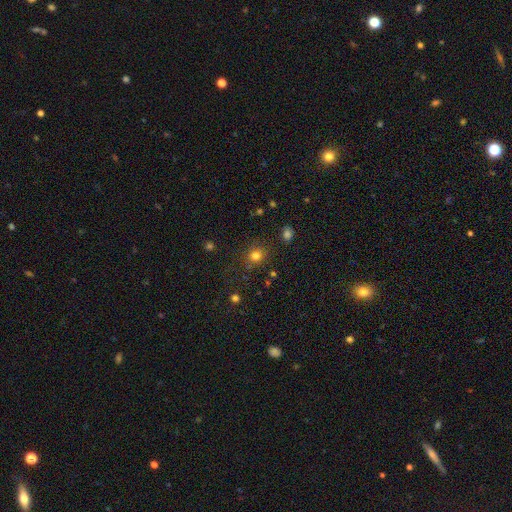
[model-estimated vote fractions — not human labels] The model was most divided on "smooth or featured": smooth: 78%, star or artifact: 16%, featured or disk: 6%. More confident: how rounded — round (82%); merging — none (81%).